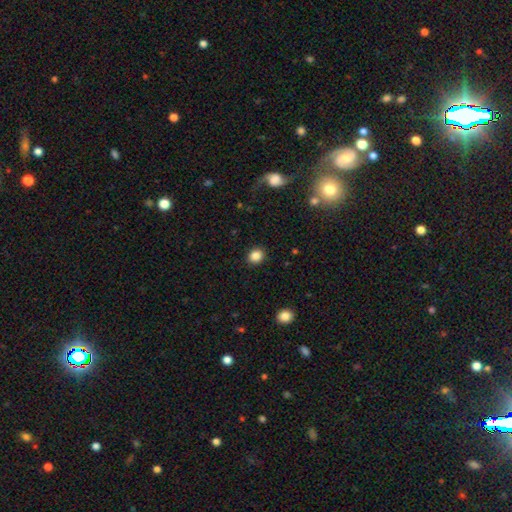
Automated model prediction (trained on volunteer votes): smooth-or-featured: smooth: 86% | star or artifact: 10% | featured or disk: 4%
  how-rounded: round: 71% | in between: 28% | cigar-shaped: 1%
  merging: none: 90% | minor disturbance: 6% | major disturbance: 2% | merger: 1%